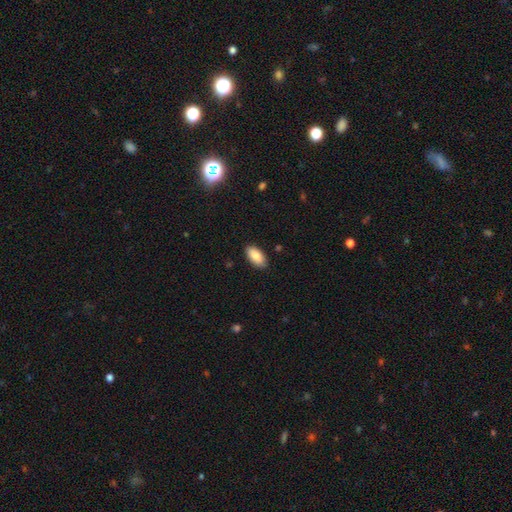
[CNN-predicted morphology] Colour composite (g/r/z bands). It shows a smooth galaxy with no disk features (87%) that is in between round and cigar-shaped (93%). Merging: none (88%).